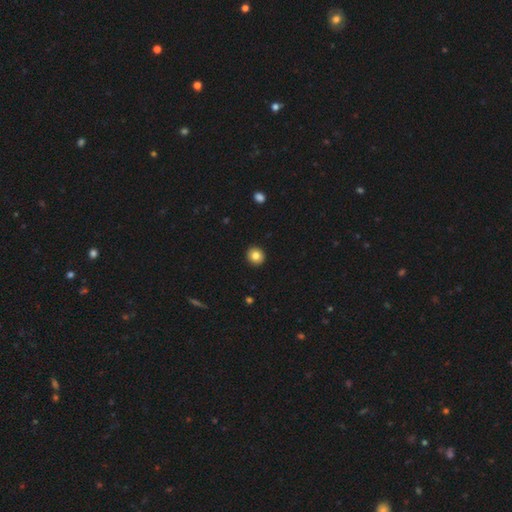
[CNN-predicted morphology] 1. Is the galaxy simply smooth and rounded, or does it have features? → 82% smooth, 10% star or artifact, 8% featured or disk.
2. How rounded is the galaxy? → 89% round, 10% in between, 1% cigar-shaped.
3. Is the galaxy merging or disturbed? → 93% none, 5% minor disturbance, 1% major disturbance, 1% merger.